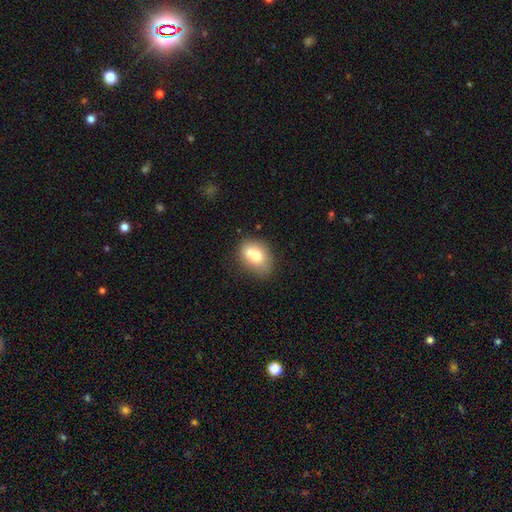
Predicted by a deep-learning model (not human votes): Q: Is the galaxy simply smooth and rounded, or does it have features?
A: smooth — 69%.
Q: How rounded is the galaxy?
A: in between — 58%.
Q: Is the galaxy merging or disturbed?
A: none — 46%.